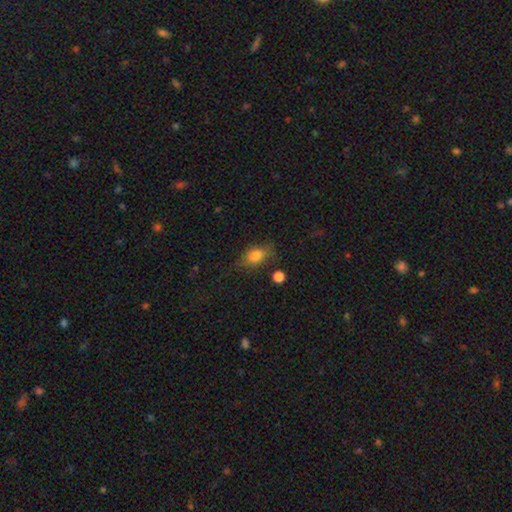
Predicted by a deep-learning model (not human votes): This appears to be a smooth galaxy with no disk features (78%) that is in between round and cigar-shaped (79%). Merging: none (66%).